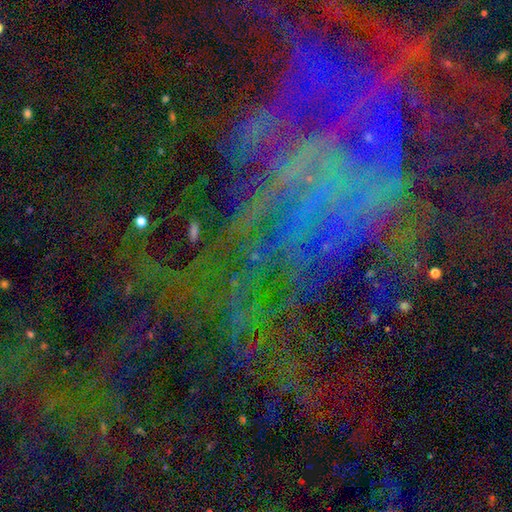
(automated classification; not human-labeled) Smooth or featured? star or artifact (75%)